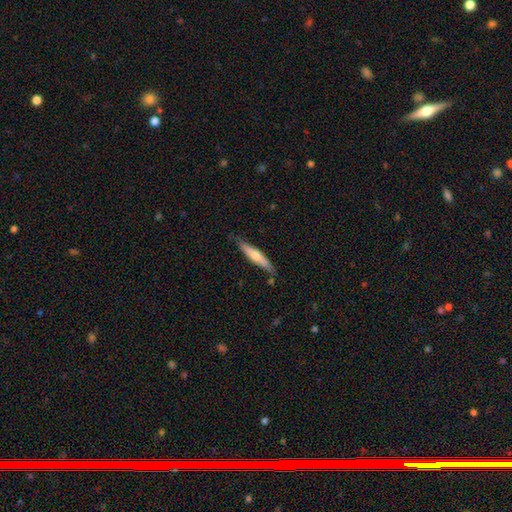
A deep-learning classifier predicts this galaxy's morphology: type=smooth (52%); roundness=cigar-shaped (88%); merging=none (76%).